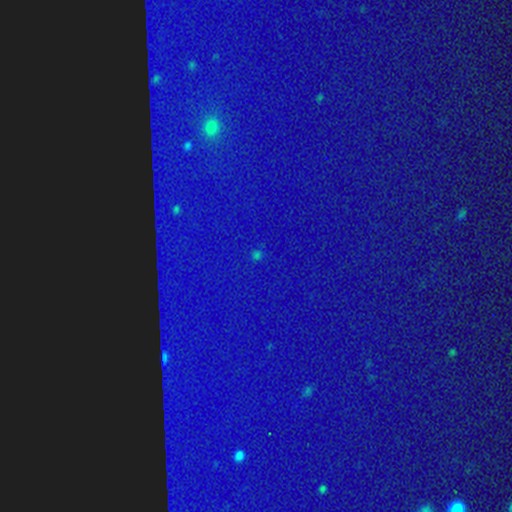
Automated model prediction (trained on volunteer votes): smooth_or_featured: star or artifact (p=0.81) [alt: smooth p=0.10]